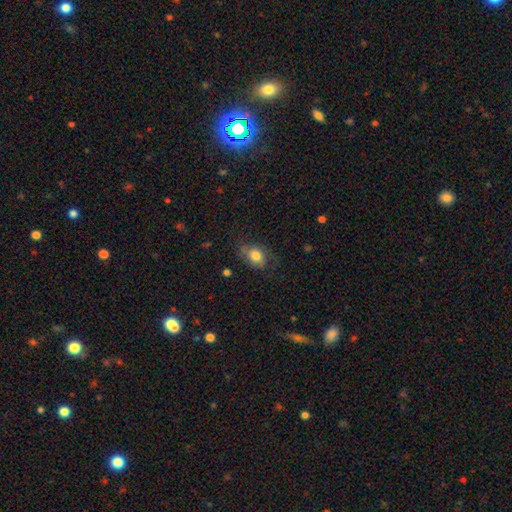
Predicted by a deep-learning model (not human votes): Smooth or featured?
  - smooth: 69% *
  - featured or disk: 22%
  - star or artifact: 9%
How rounded?
  - in between: 72% *
  - round: 26%
  - cigar-shaped: 2%
Merging?
  - none: 61% *
  - minor disturbance: 25%
  - major disturbance: 13%
  - merger: 1%